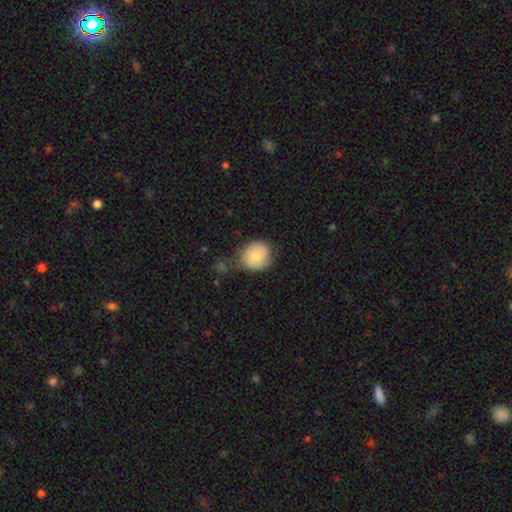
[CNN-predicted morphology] smooth 74%, featured or disk 20%, star or artifact 7%. Down the decision tree: how rounded — round (81%); merging — none (62%).